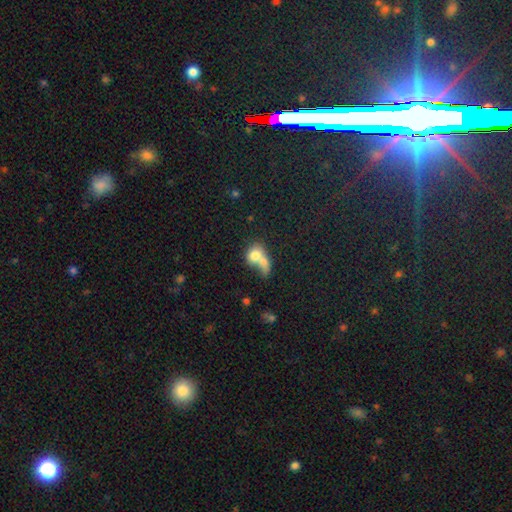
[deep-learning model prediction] Overall: smooth (72%). How rounded: in between (49%, tied with round). Merging: merger (73%).